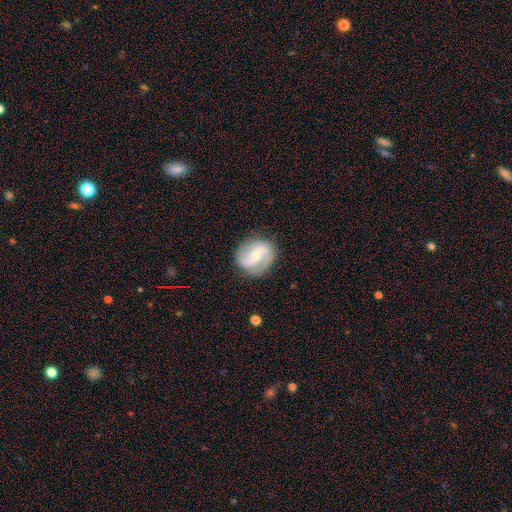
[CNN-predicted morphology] This appears to be a featured or disk galaxy (78%) with a weak bar (41%), 2 (85%) medium (46%) spiral arms (92%) and a small central bulge (53%). Merging: none (81%).